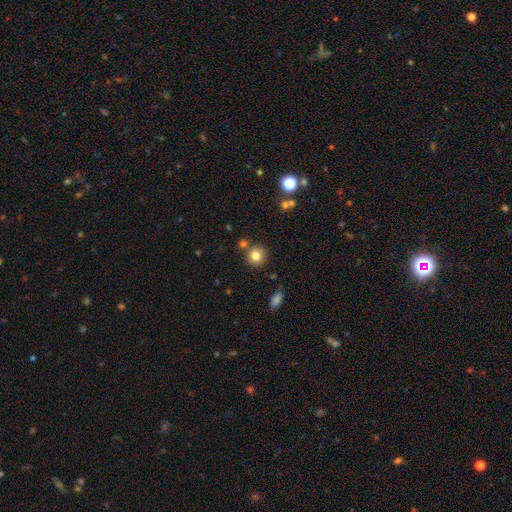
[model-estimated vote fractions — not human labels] smooth_or_featured: smooth (p=0.80) [alt: star or artifact p=0.12]
how_rounded: round (p=0.92) [alt: in between p=0.07]
merging: none (p=0.79) [alt: merger p=0.10]